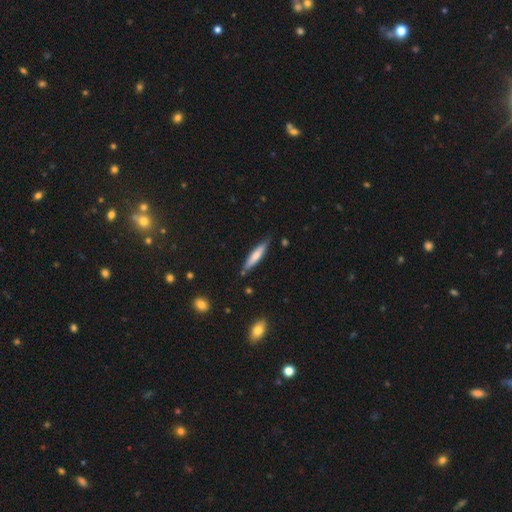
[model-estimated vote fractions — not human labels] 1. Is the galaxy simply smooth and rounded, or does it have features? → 63% smooth, 32% featured or disk, 6% star or artifact.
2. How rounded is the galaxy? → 86% cigar-shaped, 12% in between, 1% round.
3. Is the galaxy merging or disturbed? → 82% none, 13% minor disturbance, 2% merger, 2% major disturbance.